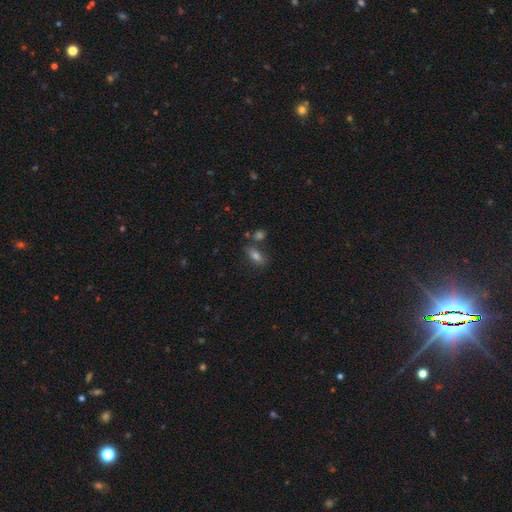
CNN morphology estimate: Smooth or featured: smooth — 73% (featured or disk — 15%)
How rounded: in between — 79% (cigar-shaped — 14%)
Merging: none — 72% (minor disturbance — 13%)